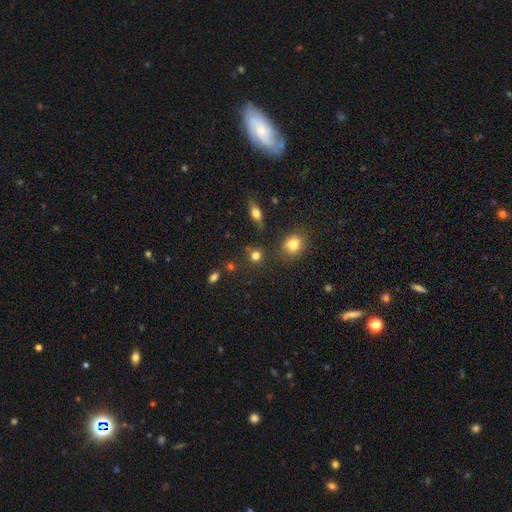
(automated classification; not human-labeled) A smooth galaxy with no disk features (77%) that is round (88%).

Vote fractions:
- Smooth or featured? smooth: 77% / star or artifact: 15% / featured or disk: 8%
- How rounded? round: 88% / in between: 11% / cigar-shaped: 1%
- Merging? none: 77% / minor disturbance: 10% / merger: 10% / major disturbance: 4%